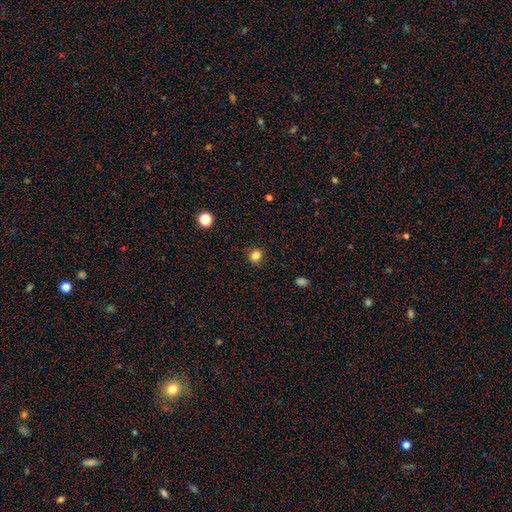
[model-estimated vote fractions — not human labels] smooth_or_featured: smooth (p=0.83) [alt: star or artifact p=0.12]
how_rounded: round (p=0.85) [alt: in between p=0.14]
merging: none (p=0.88) [alt: minor disturbance p=0.08]